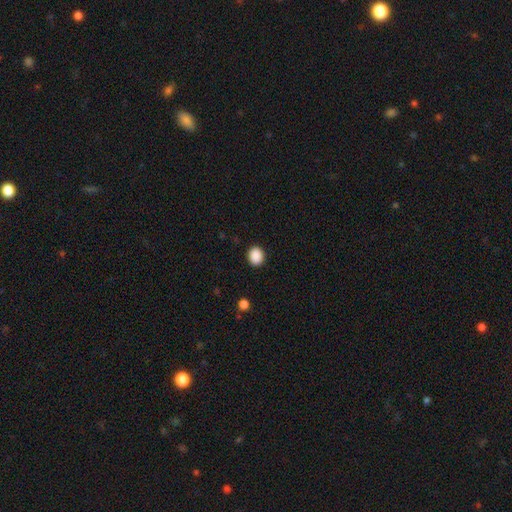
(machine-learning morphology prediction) The model was most divided on "how rounded": round: 58%, in between: 41%, cigar-shaped: 1%. More confident: merging — none (91%); smooth or featured — smooth (89%).